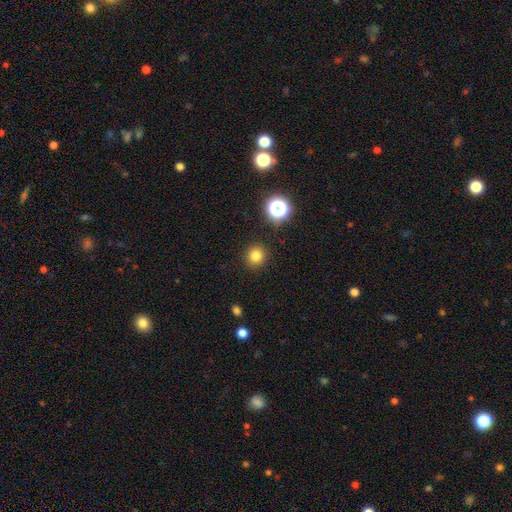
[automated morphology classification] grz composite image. It shows a smooth galaxy with no disk features (79%) that is round (92%). Merging: none (91%).